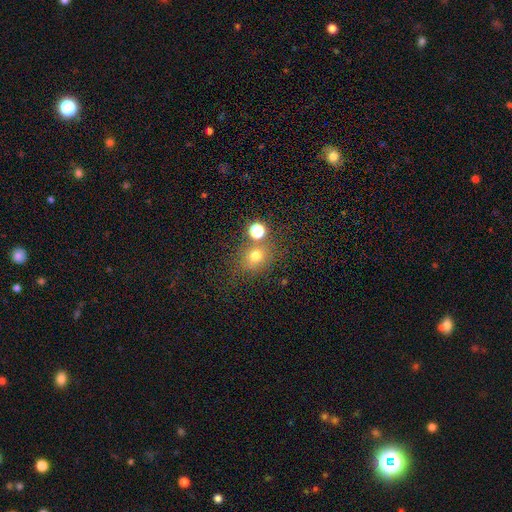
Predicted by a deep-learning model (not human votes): Morphology: type=smooth (68%); roundness=round (76%); merging=none (66%).